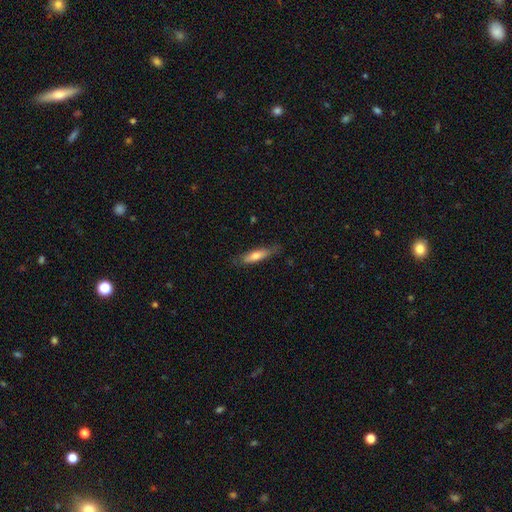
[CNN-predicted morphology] Smooth or featured? smooth (65%)
How rounded? cigar-shaped (72%)
Merging? none (77%)